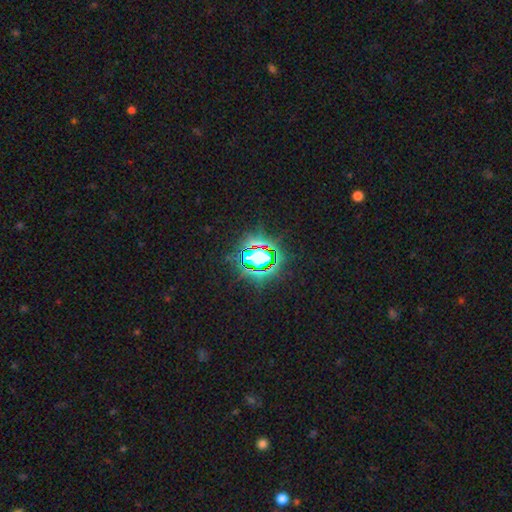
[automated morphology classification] type=star or artifact (80%).